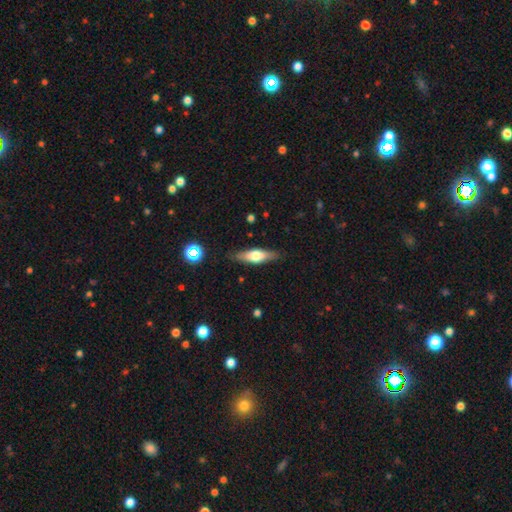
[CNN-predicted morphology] smooth-or-featured: smooth: 50% | featured or disk: 44% | star or artifact: 6%
  merging: none: 85% | minor disturbance: 11% | major disturbance: 2% | merger: 1%